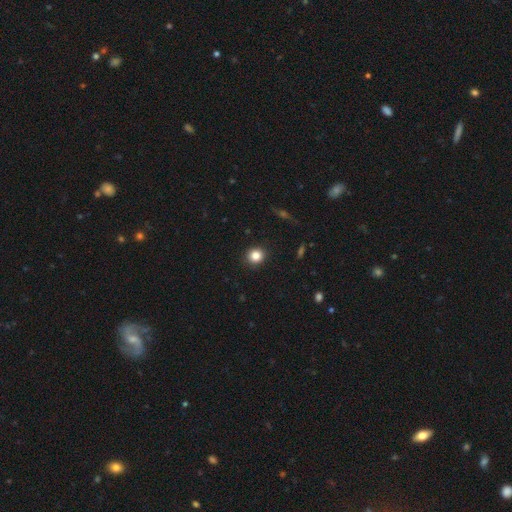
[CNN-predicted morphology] smooth 84%, star or artifact 11%, featured or disk 5%. Down the decision tree: how rounded — round (88%); merging — none (91%).